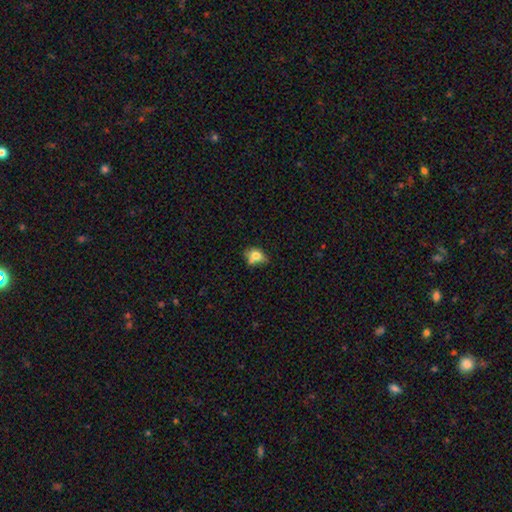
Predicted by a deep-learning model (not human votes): Q: Smooth or featured?
A: smooth (71%); runner-up: featured or disk (18%)
Q: How rounded?
A: in between (59%); runner-up: round (38%)
Q: Merging?
A: none (41%); runner-up: minor disturbance (26%)